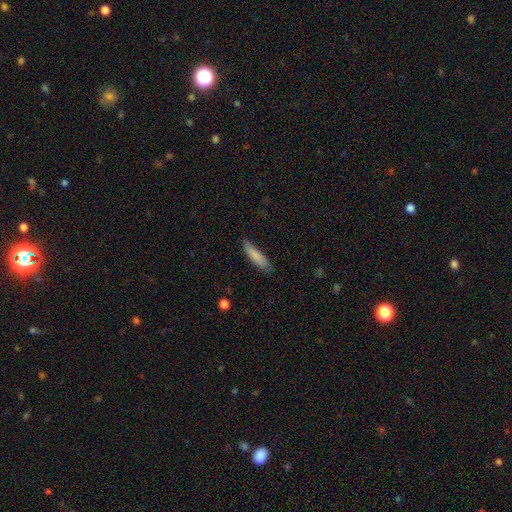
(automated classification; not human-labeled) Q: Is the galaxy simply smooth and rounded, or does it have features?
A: smooth — 83%.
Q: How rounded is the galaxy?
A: cigar-shaped — 75%.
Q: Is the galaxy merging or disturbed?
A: none — 78%.